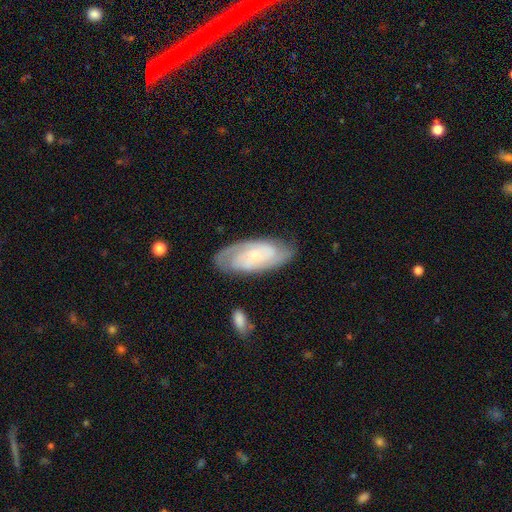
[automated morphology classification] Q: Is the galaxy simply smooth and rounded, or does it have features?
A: featured or disk — 77%.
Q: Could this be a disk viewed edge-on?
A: no — 93%.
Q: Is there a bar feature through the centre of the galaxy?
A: no — 59%.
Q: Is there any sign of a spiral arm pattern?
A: yes — 95%.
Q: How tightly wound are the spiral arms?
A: tight — 59%.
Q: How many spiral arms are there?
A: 2 — 67%.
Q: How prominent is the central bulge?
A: small — 67%.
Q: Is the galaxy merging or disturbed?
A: none — 78%.